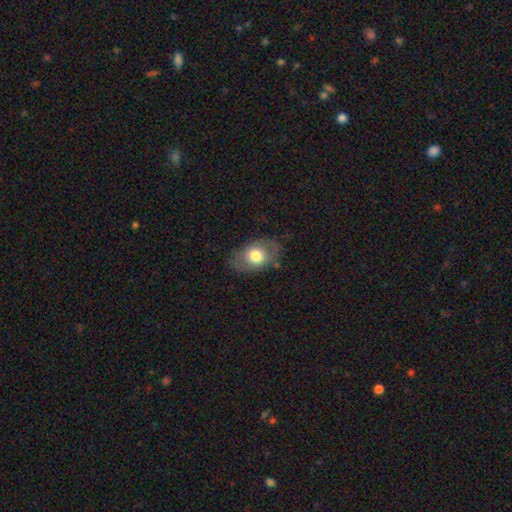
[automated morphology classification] type=smooth (67%); roundness=in between (81%); merging=none (72%).